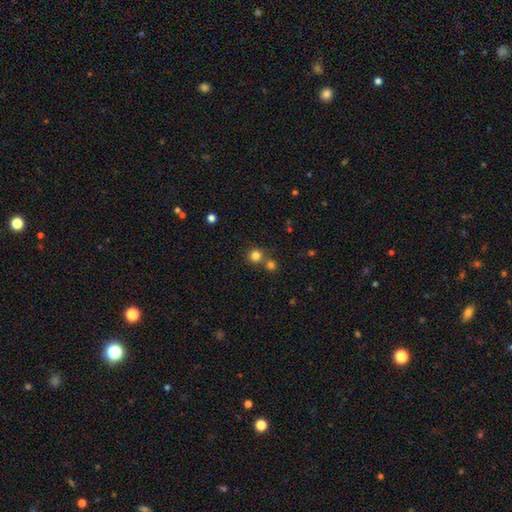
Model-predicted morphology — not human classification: smooth 80%, star or artifact 14%, featured or disk 6%. Down the decision tree: how rounded — round (93%); merging — none (66%).